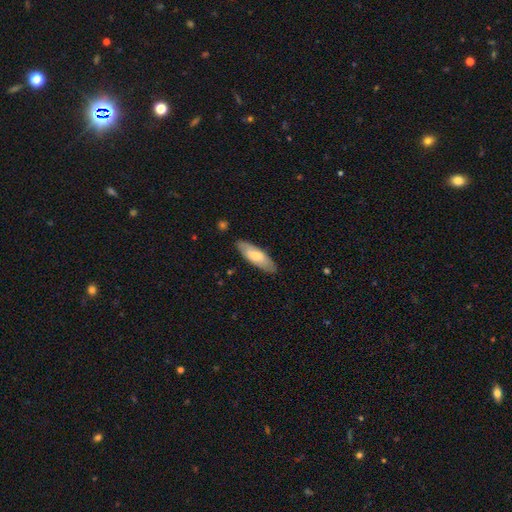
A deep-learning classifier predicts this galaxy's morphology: Overall: smooth (70%). How rounded: in between (61%; cigar-shaped 38%). Merging: none (85%).